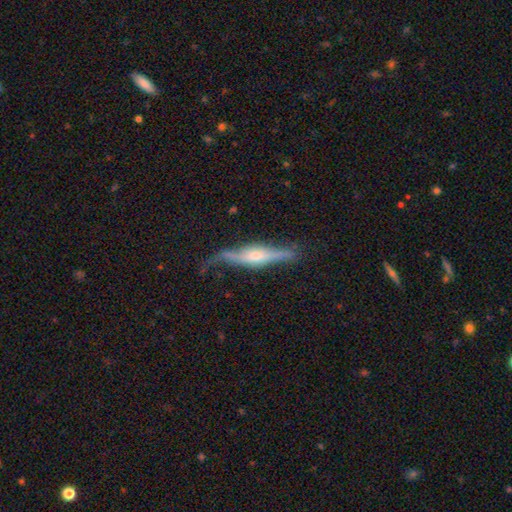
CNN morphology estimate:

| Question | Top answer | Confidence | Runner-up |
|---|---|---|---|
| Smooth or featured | featured or disk | 74% | smooth (20%) |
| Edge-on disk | yes | 88% | no (12%) |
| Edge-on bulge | rounded | 72% | boxy (19%) |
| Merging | none | 61% | minor disturbance (26%) |